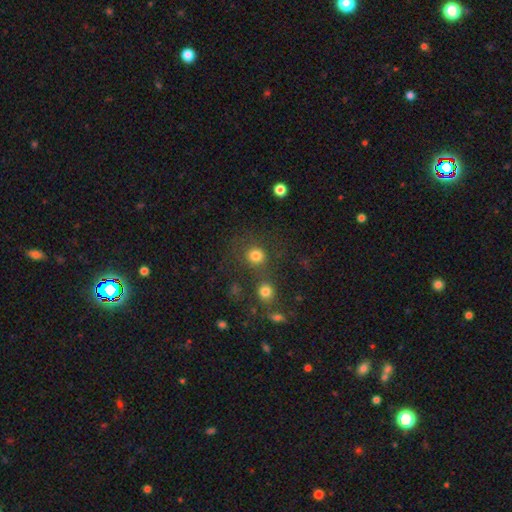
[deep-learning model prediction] Overall: smooth (78%). How rounded: round (88%). Merging: none (65%).